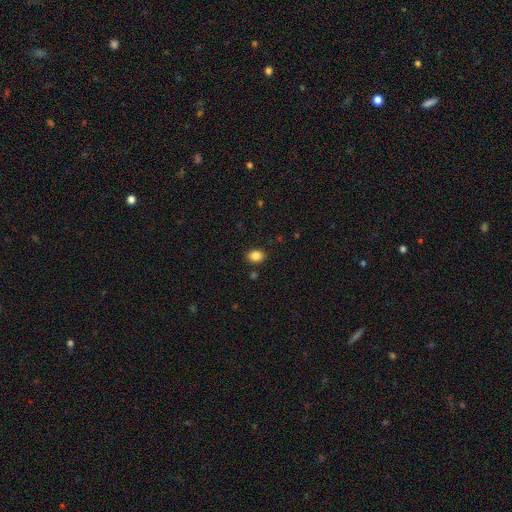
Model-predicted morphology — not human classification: A smooth galaxy with no disk features (85%) that is in between round and cigar-shaped (64%).

Vote fractions:
- Smooth or featured? smooth: 85% / star or artifact: 10% / featured or disk: 5%
- How rounded? in between: 64% / round: 35% / cigar-shaped: 1%
- Merging? none: 87% / minor disturbance: 8% / major disturbance: 2% / merger: 2%